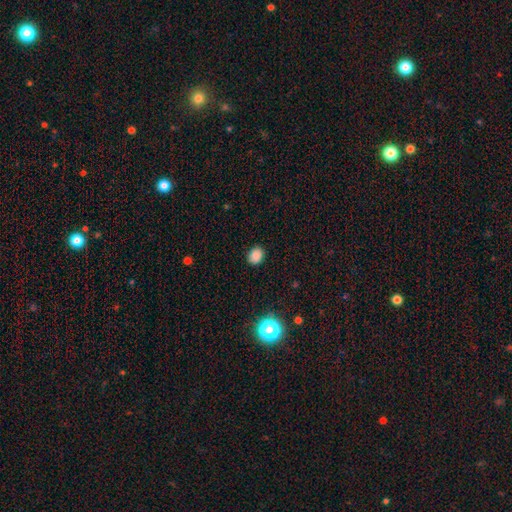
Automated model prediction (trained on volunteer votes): A smooth galaxy with no disk features (85%) that is round (50%). Merging: none (87%).